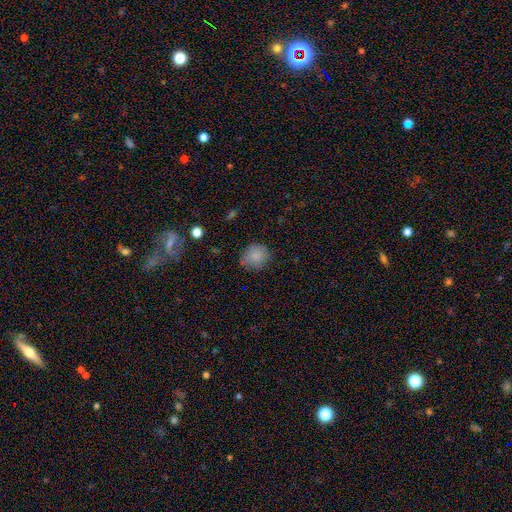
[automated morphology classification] This appears to be a smooth galaxy with no disk features (83%) that is round (78%). Merging: none (74%).